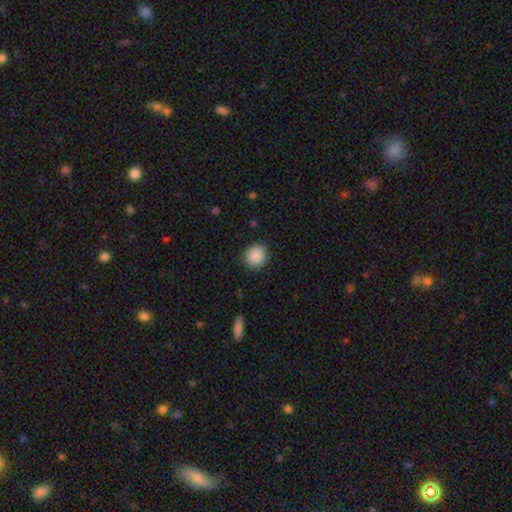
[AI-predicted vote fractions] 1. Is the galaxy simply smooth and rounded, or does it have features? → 89% smooth, 8% star or artifact, 3% featured or disk.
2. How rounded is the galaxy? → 89% round, 10% in between, 1% cigar-shaped.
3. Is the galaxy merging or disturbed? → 89% none, 7% minor disturbance, 2% major disturbance, 1% merger.